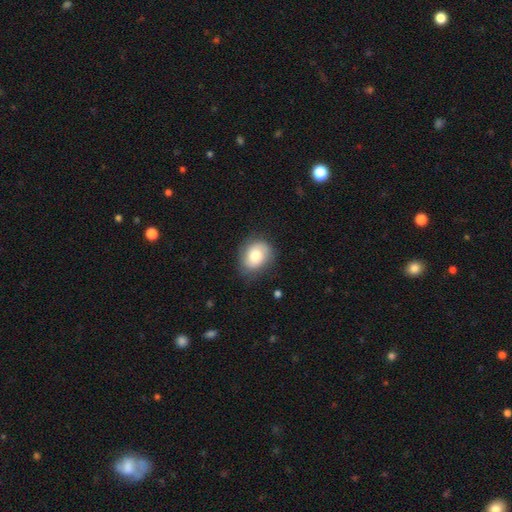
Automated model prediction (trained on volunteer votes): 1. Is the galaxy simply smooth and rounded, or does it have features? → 69% smooth, 24% featured or disk, 8% star or artifact.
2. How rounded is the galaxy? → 51% in between, 48% round, 1% cigar-shaped.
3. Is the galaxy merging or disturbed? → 71% none, 21% minor disturbance, 6% major disturbance, 1% merger.